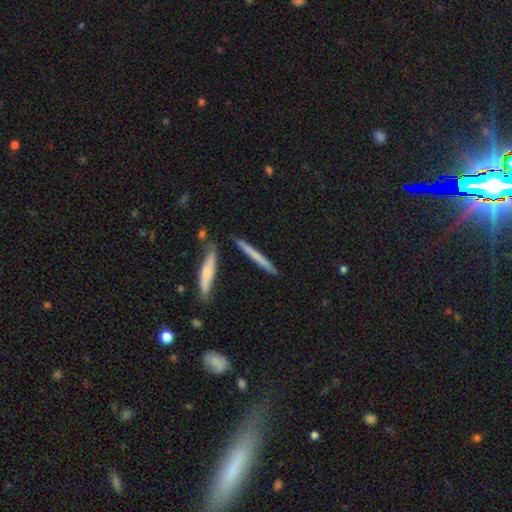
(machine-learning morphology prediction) Overall: smooth (55%; featured or disk 39%). How rounded: cigar-shaped (95%). Merging: none (85%).